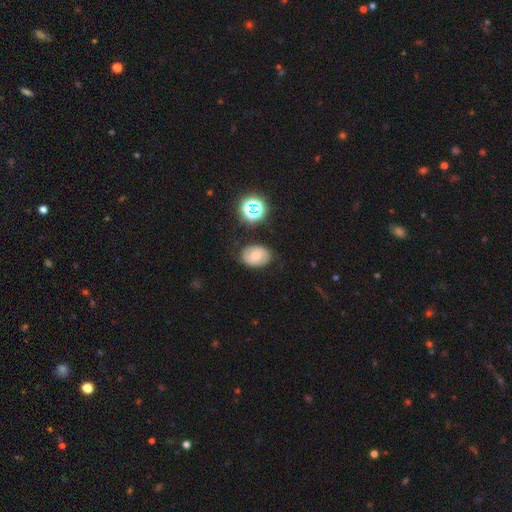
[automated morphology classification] Q: Smooth or featured?
A: smooth (57%); runner-up: featured or disk (30%)
Q: How rounded?
A: in between (71%); runner-up: round (28%)
Q: Merging?
A: none (81%); runner-up: minor disturbance (13%)